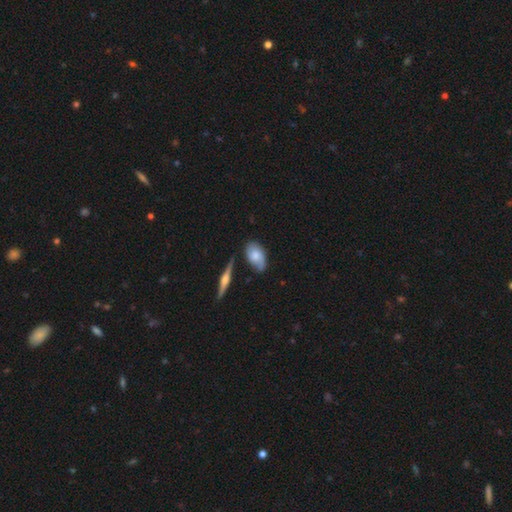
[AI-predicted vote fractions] smooth 60%, featured or disk 33%, star or artifact 7%. Down the decision tree: how rounded — in between (89%); merging — none (59%).